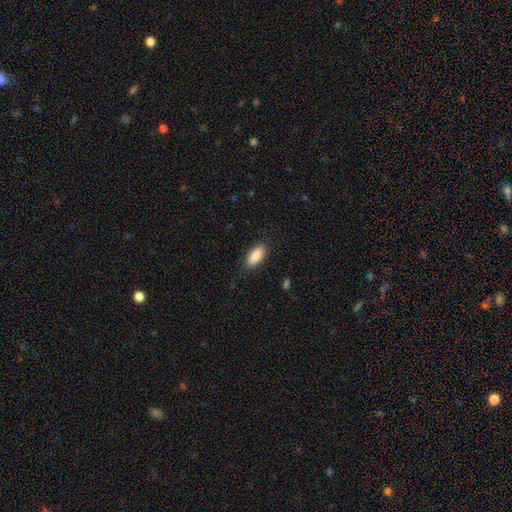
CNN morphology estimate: Overall: smooth (87%). How rounded: in between (86%). Merging: none (86%).